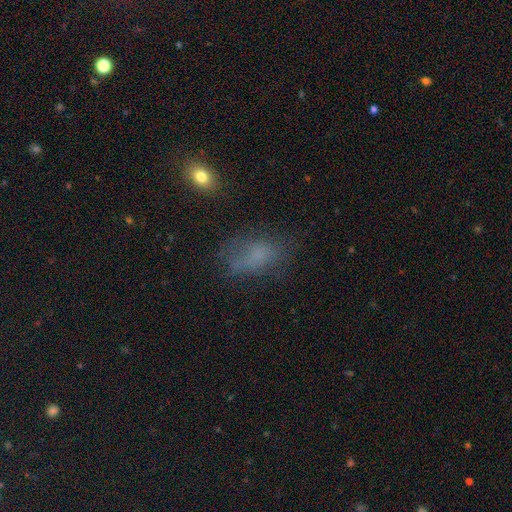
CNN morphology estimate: This appears to be a smooth galaxy with no disk features (62%) that is in between round and cigar-shaped (85%). Merging: none (51%).